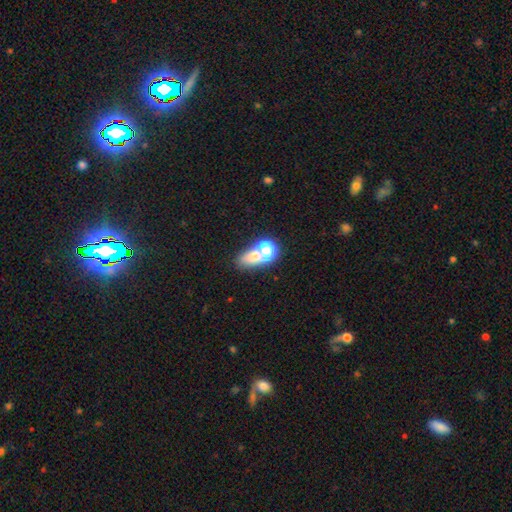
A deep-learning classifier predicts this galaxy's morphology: smooth-or-featured: smooth: 58% | star or artifact: 26% | featured or disk: 16%
  how-rounded: in between: 60% | round: 32% | cigar-shaped: 7%
  merging: none: 48% | merger: 33% | minor disturbance: 12% | major disturbance: 8%